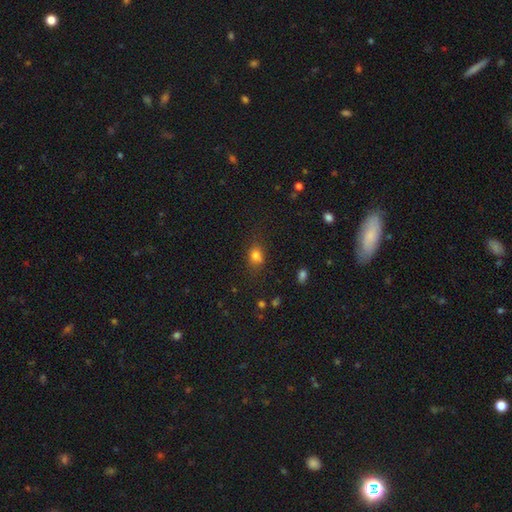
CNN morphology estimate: The model was most divided on "how rounded": in between: 54%, round: 44%, cigar-shaped: 2%. More confident: smooth or featured — smooth (79%); merging — none (73%).